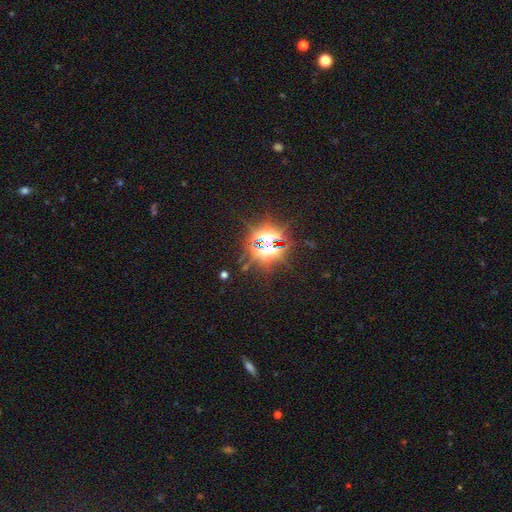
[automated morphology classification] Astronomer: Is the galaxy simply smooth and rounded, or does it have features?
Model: star or artifact — 83%.